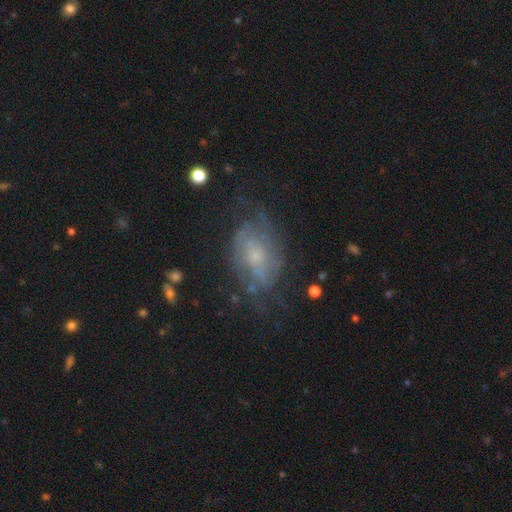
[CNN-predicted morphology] Smooth or featured? featured or disk (64%)
Edge-on disk? no (95%)
Bar? no (71%)
Spiral arms? yes (67%)
Bulge size? small (59%)
Merging? none (55%)